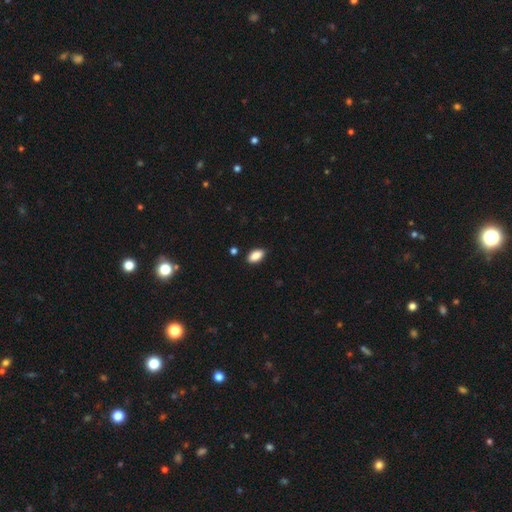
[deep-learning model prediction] A smooth galaxy with no disk features (87%) that is in between round and cigar-shaped (92%).

Vote fractions:
- Smooth or featured? smooth: 87% / star or artifact: 7% / featured or disk: 5%
- How rounded? in between: 92% / cigar-shaped: 4% / round: 4%
- Merging? none: 88% / minor disturbance: 9% / major disturbance: 2% / merger: 1%